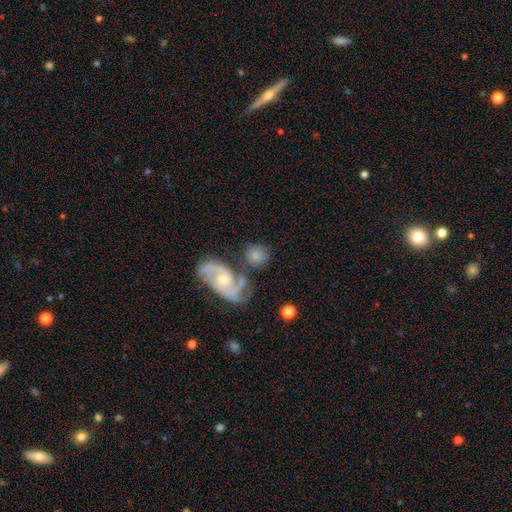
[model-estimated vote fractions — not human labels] A smooth galaxy with no disk features (52%) that is round (73%).

Vote fractions:
- Smooth or featured? smooth: 52% / featured or disk: 40% / star or artifact: 8%
- How rounded? round: 73% / in between: 24% / cigar-shaped: 2%
- Merging? none: 55% / merger: 23% / minor disturbance: 15% / major disturbance: 7%